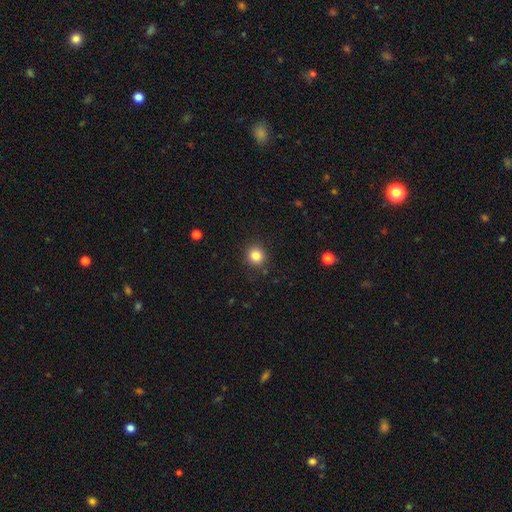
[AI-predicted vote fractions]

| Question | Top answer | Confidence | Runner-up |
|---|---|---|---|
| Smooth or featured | smooth | 83% | star or artifact (11%) |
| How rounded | round | 90% | in between (9%) |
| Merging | none | 90% | minor disturbance (7%) |